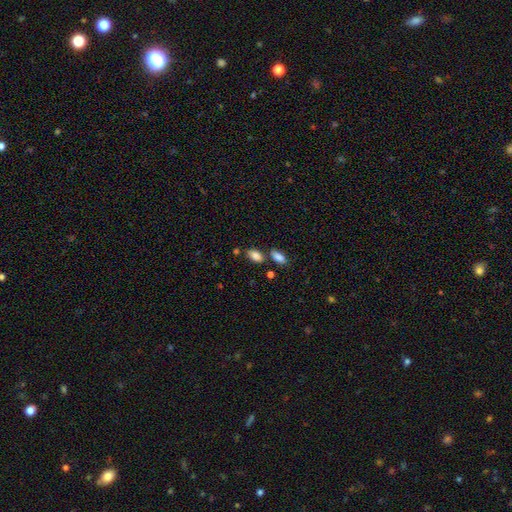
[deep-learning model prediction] A smooth galaxy with no disk features (85%) that is in between round and cigar-shaped (90%).

Vote fractions:
- Smooth or featured? smooth: 85% / star or artifact: 8% / featured or disk: 7%
- How rounded? in between: 90% / round: 5% / cigar-shaped: 4%
- Merging? none: 67% / merger: 17% / minor disturbance: 13% / major disturbance: 4%